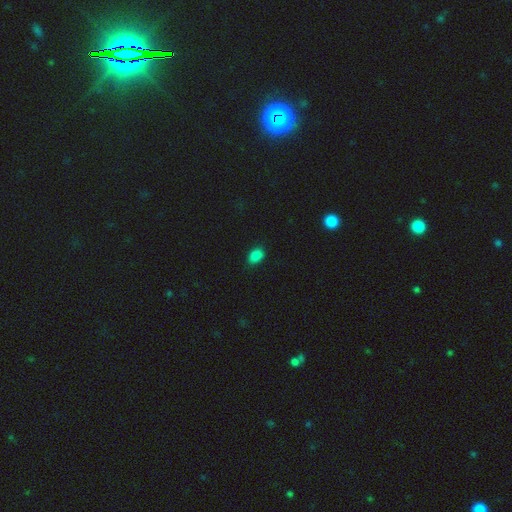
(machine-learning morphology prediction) A smooth galaxy with no disk features (85%) that is in between round and cigar-shaped (80%). Merging: none (85%).